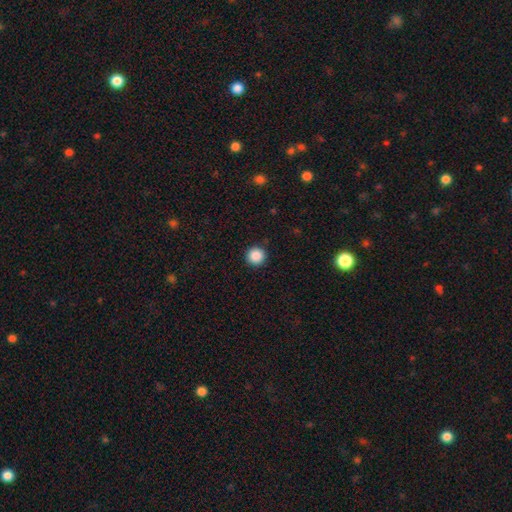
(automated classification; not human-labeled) smooth-or-featured: smooth: 88% | star or artifact: 9% | featured or disk: 3%
  how-rounded: round: 96% | in between: 3% | cigar-shaped: 1%
  merging: none: 92% | minor disturbance: 5% | major disturbance: 2% | merger: 1%